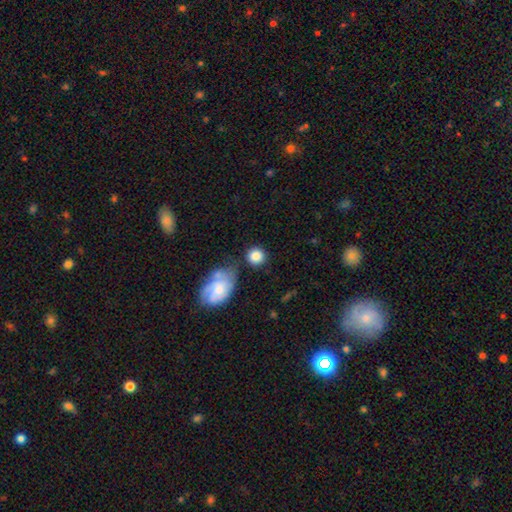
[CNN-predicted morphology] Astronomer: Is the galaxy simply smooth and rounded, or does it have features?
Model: smooth — 83%.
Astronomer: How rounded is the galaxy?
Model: round — 87%.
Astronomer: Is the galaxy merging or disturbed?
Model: none — 72%.